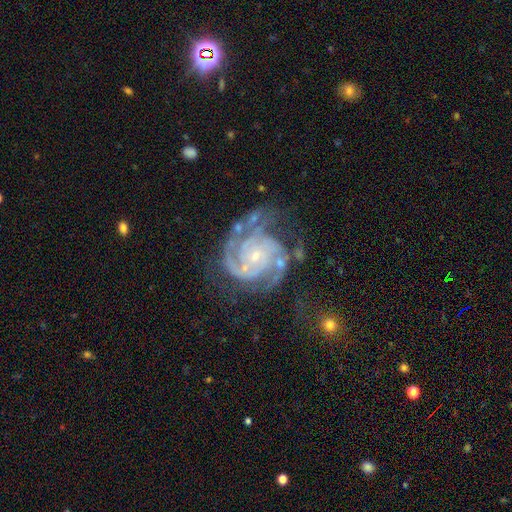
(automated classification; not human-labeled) Overall: featured or disk (92%). Edge-on disk: no (98%). Bar: no (70%). Spiral arms: yes (98%). Spiral arm count: 2 (46%; 3 30%). Spiral winding: tight (65%; medium 31%). Bulge size: small (78%). Merging: none (60%; minor disturbance 21%).